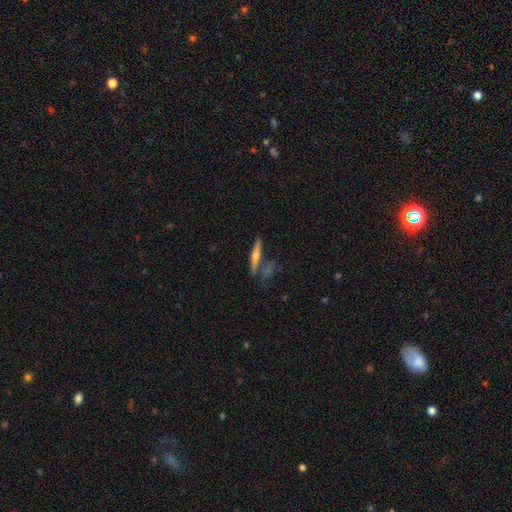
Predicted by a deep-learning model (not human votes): smooth_or_featured: featured or disk (p=0.53) [alt: smooth p=0.41]
disk_edge_on: yes (p=0.96) [alt: no p=0.04]
edge_on_bulge: rounded (p=0.84) [alt: none p=0.11]
merging: none (p=0.74) [alt: merger p=0.12]